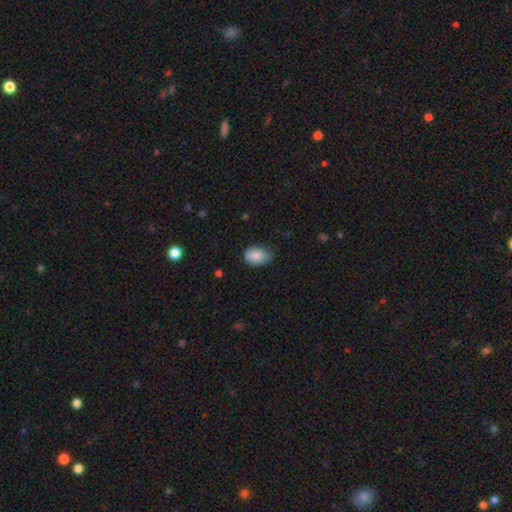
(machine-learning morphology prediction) Smooth or featured? Predicted: smooth (p=0.85). How rounded? Predicted: in between (p=0.87). Merging? Predicted: none (p=0.60).